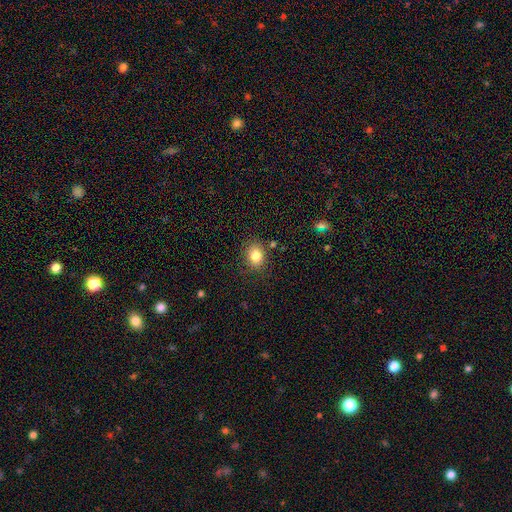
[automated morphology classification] Q: Smooth or featured?
A: smooth (82%); runner-up: star or artifact (10%)
Q: How rounded?
A: round (52%); runner-up: in between (48%)
Q: Merging?
A: none (82%); runner-up: minor disturbance (12%)